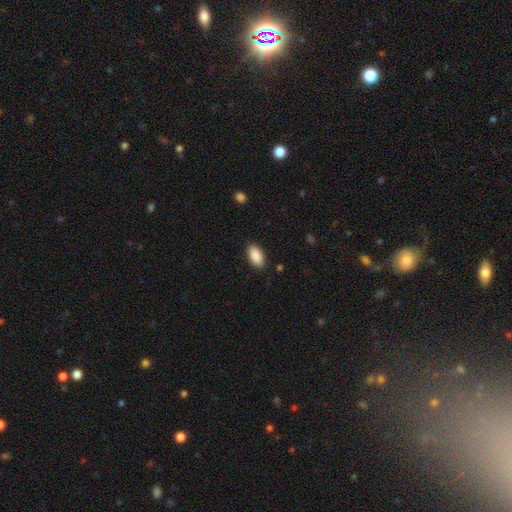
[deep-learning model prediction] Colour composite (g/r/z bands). It shows a smooth galaxy with no disk features (90%) that is in between round and cigar-shaped (94%). Merging: none (87%).